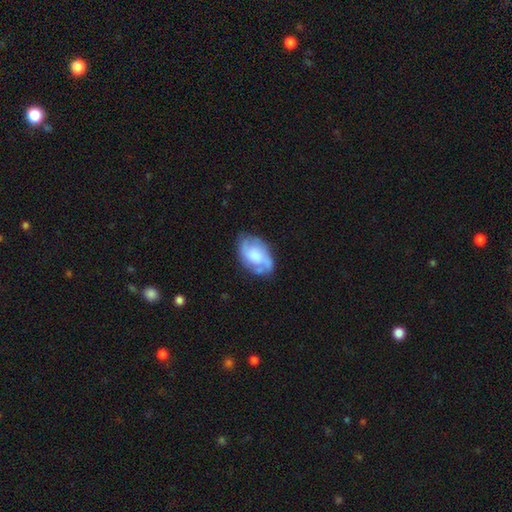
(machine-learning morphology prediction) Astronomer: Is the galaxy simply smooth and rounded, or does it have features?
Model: featured or disk — 60%.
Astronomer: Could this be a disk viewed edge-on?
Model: no — 96%.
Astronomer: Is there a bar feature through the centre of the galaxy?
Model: no — 67%.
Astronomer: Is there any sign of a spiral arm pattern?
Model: yes — 83%.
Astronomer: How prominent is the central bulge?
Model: large — 35% (runner-up: moderate, 27%).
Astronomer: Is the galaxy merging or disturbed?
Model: none — 64%.